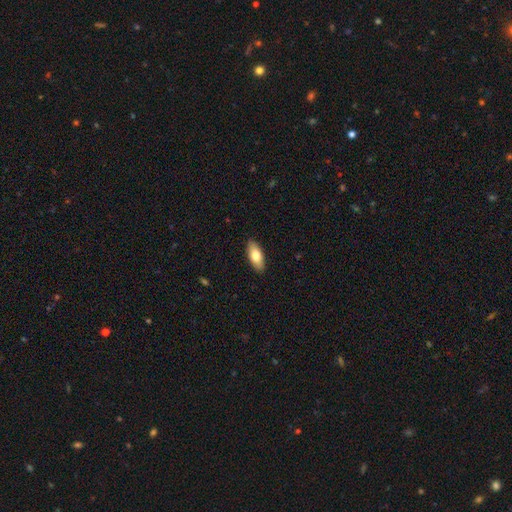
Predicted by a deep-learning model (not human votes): Morphology: type=smooth (76%); roundness=in between (83%); merging=none (90%).